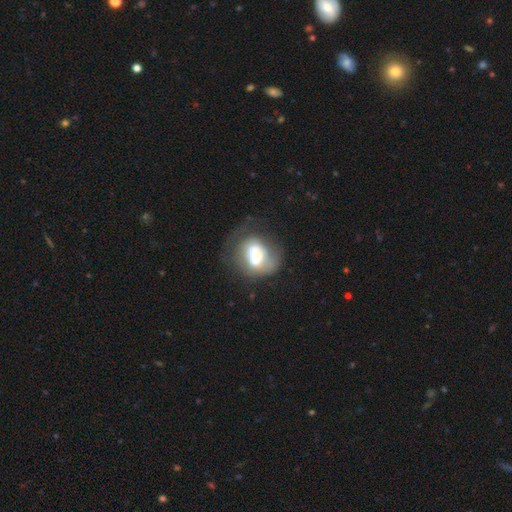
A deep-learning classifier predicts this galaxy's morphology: A smooth galaxy with no disk features (54%) that is round (52%).

Vote fractions:
- Smooth or featured? smooth: 54% / featured or disk: 37% / star or artifact: 9%
- How rounded? round: 52% / in between: 47% / cigar-shaped: 1%
- Merging? none: 35% / major disturbance: 32% / minor disturbance: 26% / merger: 7%